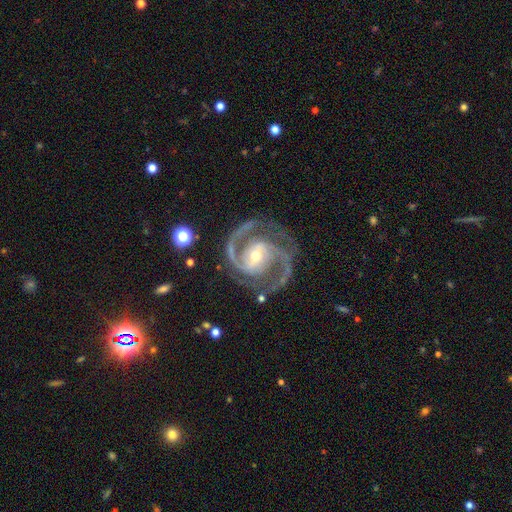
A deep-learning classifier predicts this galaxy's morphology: This is clearly a featured or disk galaxy (94%). It is clearly not viewed edge-on (98%). Bar: marginally weak (40%). Spiral arm pattern: clearly yes (99%). Spiral arm count: clearly 2 (85%). Spiral winding: possibly medium (58%). Central bulge: possibly moderate (49%). Merging: likely none (78%).